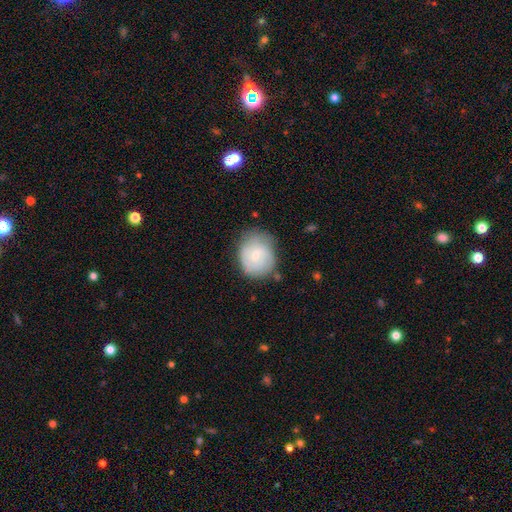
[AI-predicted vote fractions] Smooth or featured? smooth (50%)
How rounded? round (72%)
Merging? none (65%)